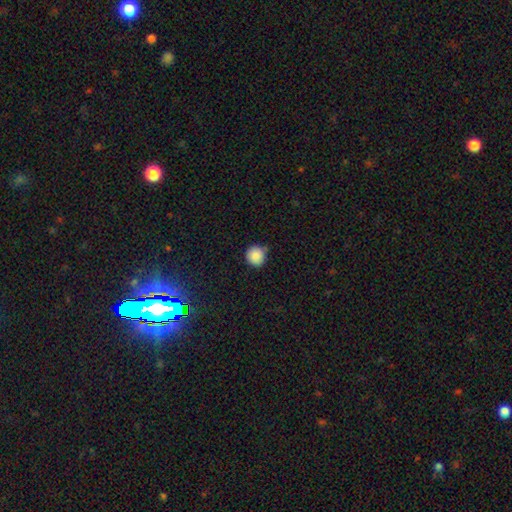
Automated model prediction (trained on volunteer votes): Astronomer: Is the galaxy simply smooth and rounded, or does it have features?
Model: smooth — 87%.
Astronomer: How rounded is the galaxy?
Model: round — 93%.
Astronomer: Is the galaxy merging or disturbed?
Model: none — 77%.